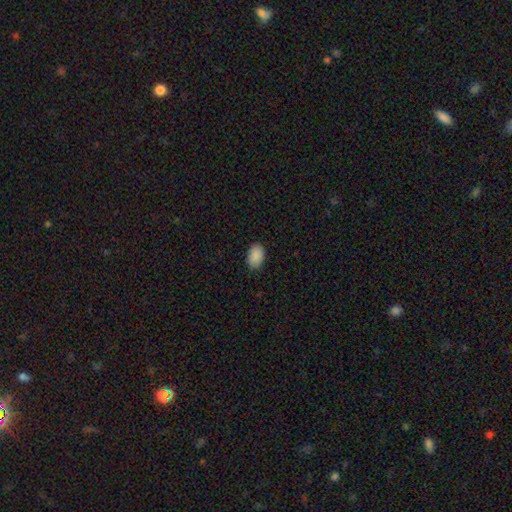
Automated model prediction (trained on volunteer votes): Smooth or featured? Predicted: smooth (p=0.90). How rounded? Predicted: in between (p=0.89). Merging? Predicted: none (p=0.88).